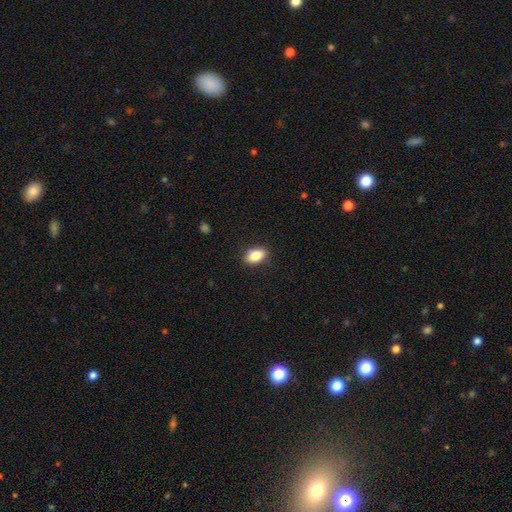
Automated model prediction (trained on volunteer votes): A smooth galaxy with no disk features (83%) that is in between round and cigar-shaped (88%). Merging: none (86%).